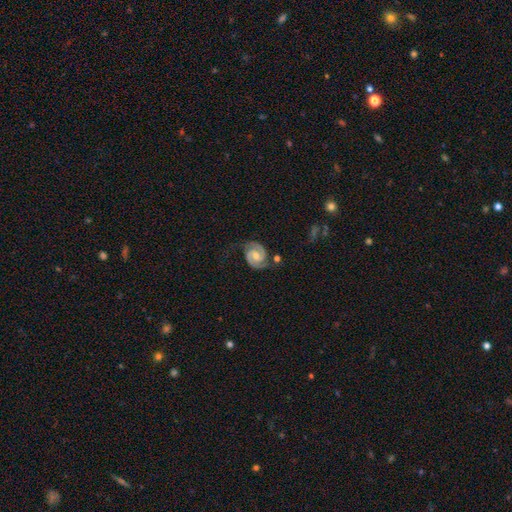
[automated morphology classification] This appears to be a featured or disk galaxy (90%) with no bar (50%), 2 (94%) tight (51%) spiral arms (98%) and a moderate central bulge (61%). Merging: none (73%).